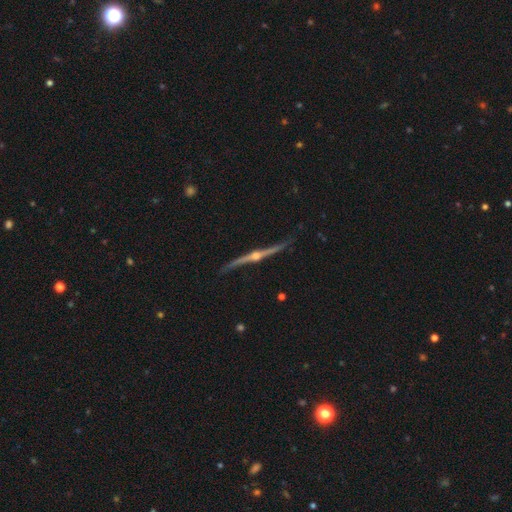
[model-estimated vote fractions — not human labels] This is clearly a featured or disk galaxy (91%). It is clearly viewed edge-on (96%). Edge-on bulge: clearly rounded (94%). Merging: clearly none (82%).